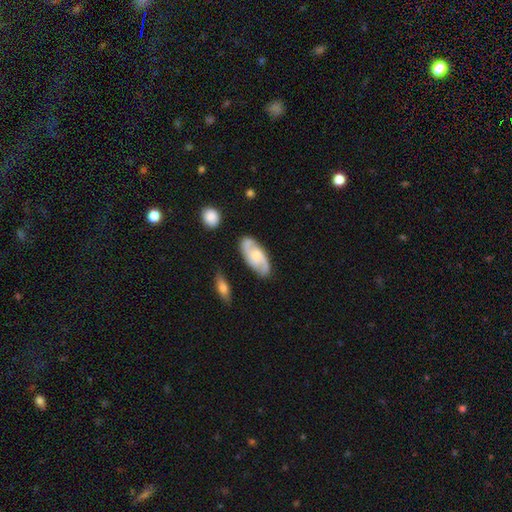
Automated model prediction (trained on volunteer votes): featured or disk 68%, smooth 27%, star or artifact 5%. Down the decision tree: edge-on disk — no (93%); bar — no (58%); spiral arms — yes (91%); spiral arm count — 2 (78%); spiral winding — medium (51%); bulge size — small (43%); merging — none (76%).